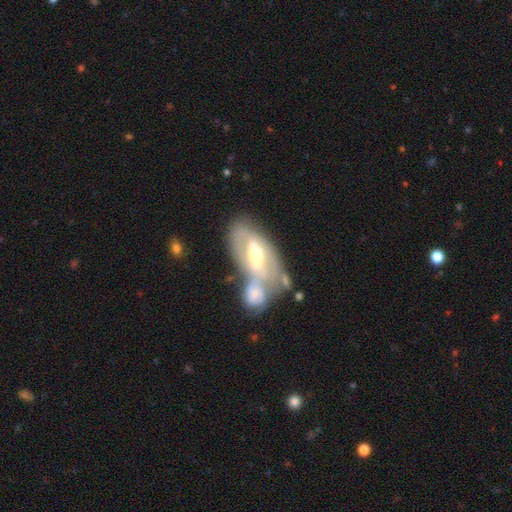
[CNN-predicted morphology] This appears to be a featured or disk galaxy (73%) with a strong bar (47%), spiral arms (58%) and a moderate central bulge (68%). Merging: merger (48%).